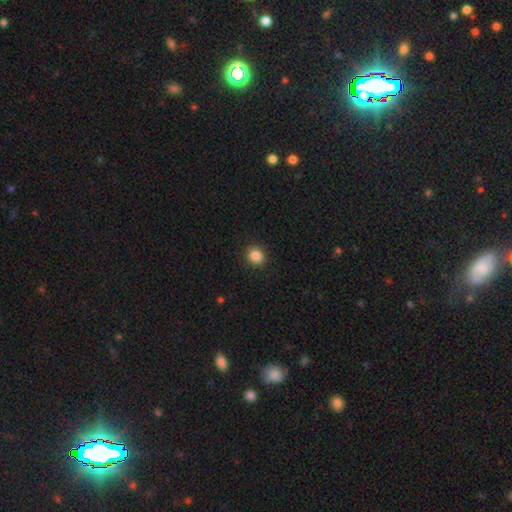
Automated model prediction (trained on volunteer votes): smooth 86%, star or artifact 10%, featured or disk 4%. Down the decision tree: how rounded — round (75%); merging — none (91%).